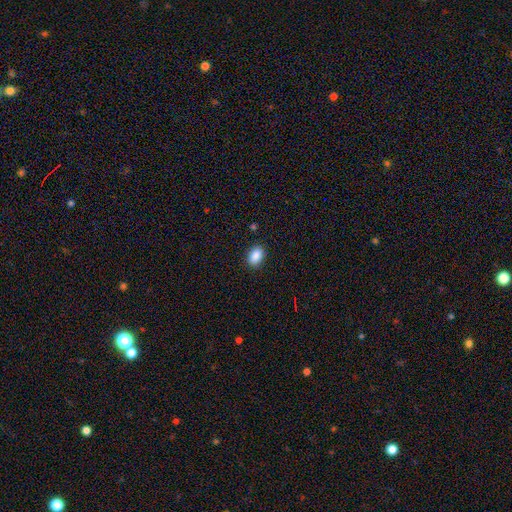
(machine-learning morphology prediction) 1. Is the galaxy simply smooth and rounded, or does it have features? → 89% smooth, 8% star or artifact, 3% featured or disk.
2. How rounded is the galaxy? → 85% in between, 14% round, 1% cigar-shaped.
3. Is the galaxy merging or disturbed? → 87% none, 9% minor disturbance, 2% major disturbance, 1% merger.